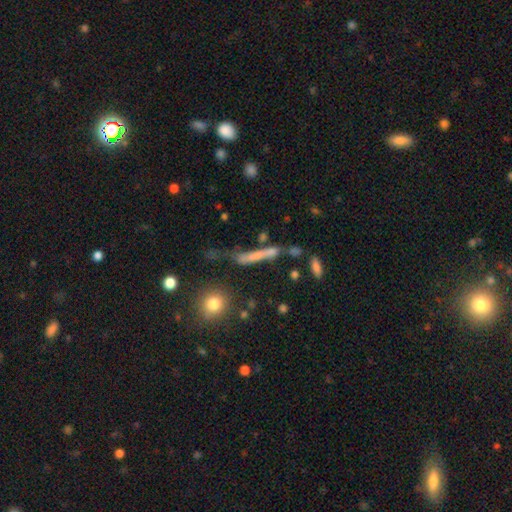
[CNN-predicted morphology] This appears to be a smooth galaxy with no disk features (51%) that is cigar-shaped (87%). Merging: none (53%).